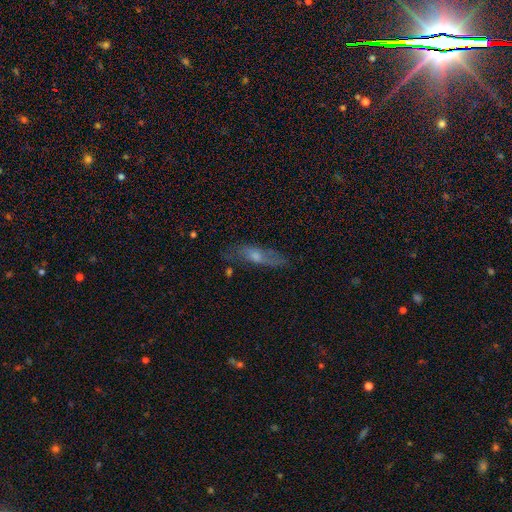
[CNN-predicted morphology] Smooth or featured? featured or disk (48%)
Merging? none (73%)